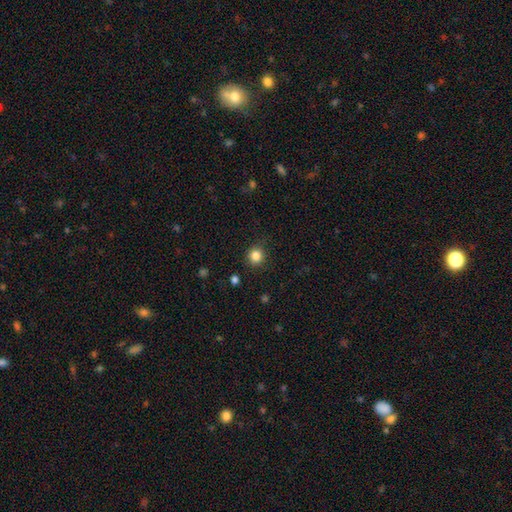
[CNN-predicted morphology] Overall: smooth (84%). How rounded: round (91%). Merging: none (88%).